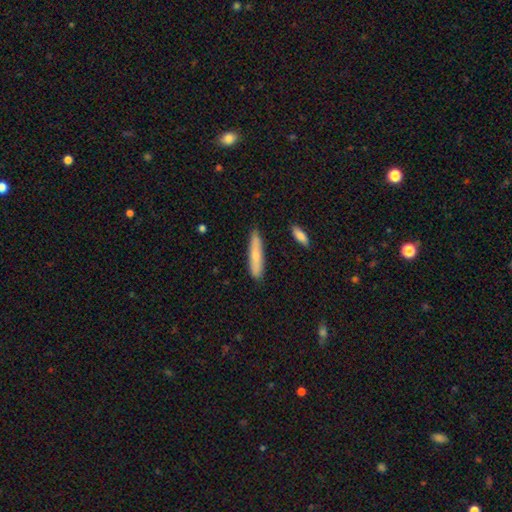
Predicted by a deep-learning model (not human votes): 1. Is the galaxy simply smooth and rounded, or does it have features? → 66% smooth, 28% featured or disk, 6% star or artifact.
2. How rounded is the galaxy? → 86% cigar-shaped, 12% in between, 2% round.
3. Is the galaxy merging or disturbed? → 84% none, 12% minor disturbance, 2% major disturbance, 2% merger.